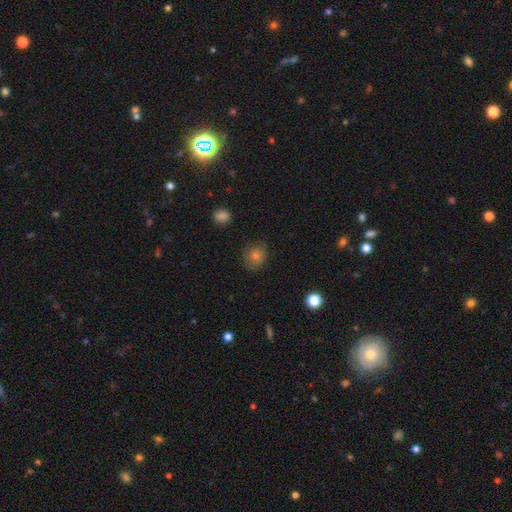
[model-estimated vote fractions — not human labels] Smooth or featured? smooth (71%)
How rounded? round (81%)
Merging? none (82%)